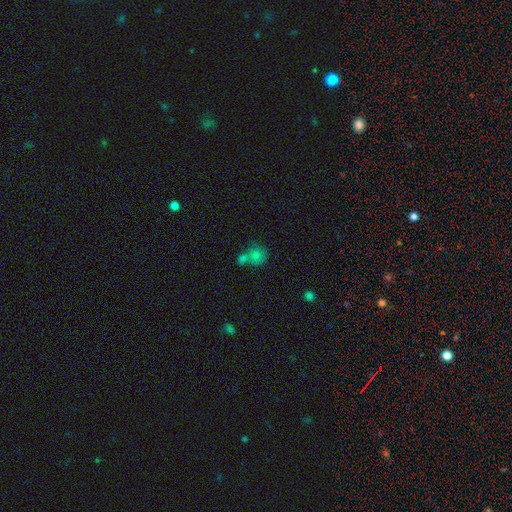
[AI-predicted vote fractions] smooth-or-featured: smooth: 76% | star or artifact: 12% | featured or disk: 12%
  how-rounded: round: 81% | in between: 18% | cigar-shaped: 1%
  merging: merger: 48% | none: 37% | minor disturbance: 10% | major disturbance: 5%